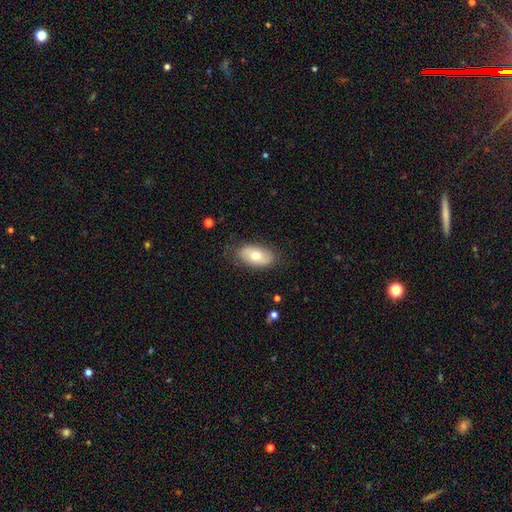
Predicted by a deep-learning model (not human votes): This is likely a smooth galaxy (67%). How rounded: clearly in between (93%). Merging: clearly none (81%).